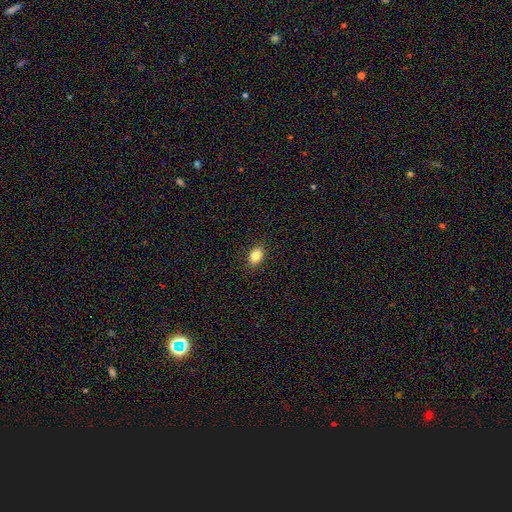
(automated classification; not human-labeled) Overall: smooth (83%). How rounded: in between (79%). Merging: none (87%).